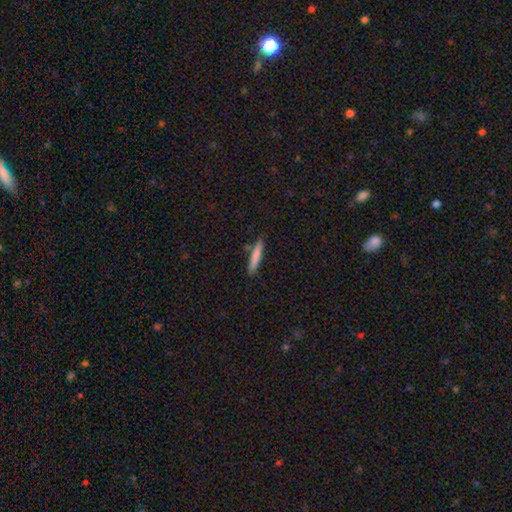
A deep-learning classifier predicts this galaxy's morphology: Smooth or featured?
  - smooth: 77% *
  - featured or disk: 17%
  - star or artifact: 6%
How rounded?
  - cigar-shaped: 92% *
  - in between: 7%
  - round: 1%
Merging?
  - none: 82% *
  - minor disturbance: 12%
  - merger: 4%
  - major disturbance: 2%